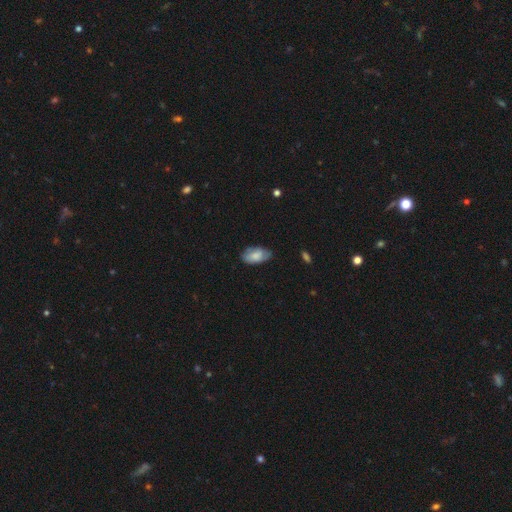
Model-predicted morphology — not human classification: Overall: smooth (66%; featured or disk 27%). How rounded: in between (93%). Merging: none (68%).